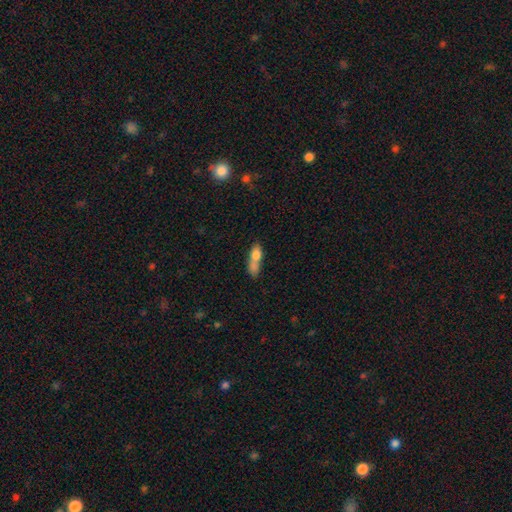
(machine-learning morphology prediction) The model was most divided on "how rounded": in between: 58%, cigar-shaped: 31%, round: 10%. More confident: smooth or featured — smooth (72%); merging — merger (56%).